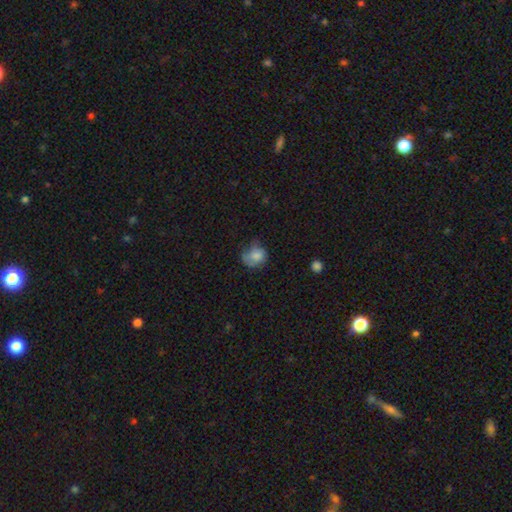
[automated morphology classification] Smooth or featured?
  - smooth: 66% *
  - featured or disk: 25%
  - star or artifact: 9%
How rounded?
  - round: 69% *
  - in between: 30%
  - cigar-shaped: 1%
Merging?
  - none: 42% *
  - minor disturbance: 32%
  - major disturbance: 23%
  - merger: 3%